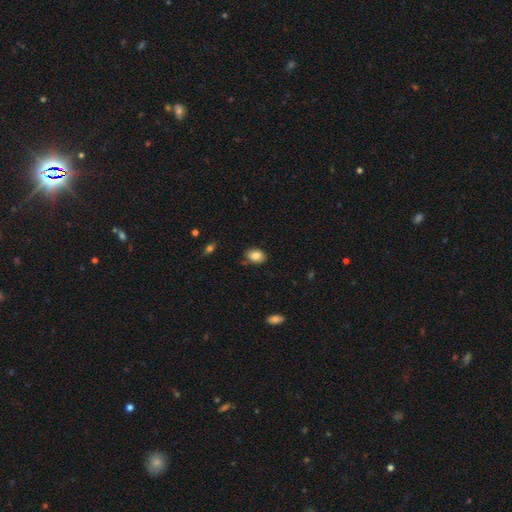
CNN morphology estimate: A smooth galaxy with no disk features (84%) that is in between round and cigar-shaped (79%). Merging: none (79%).